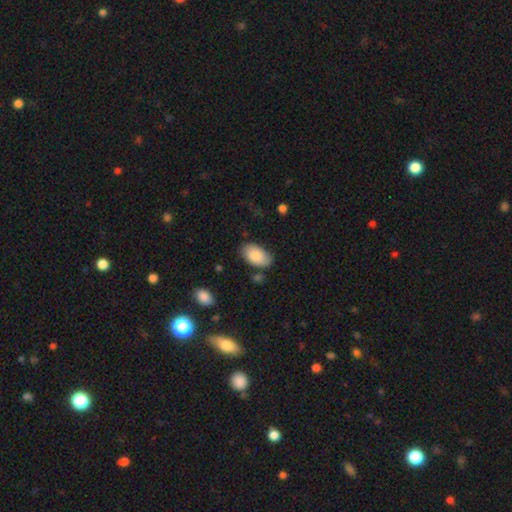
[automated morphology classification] Smooth or featured?
  - smooth: 86% *
  - featured or disk: 8%
  - star or artifact: 6%
How rounded?
  - in between: 95% *
  - round: 4%
  - cigar-shaped: 1%
Merging?
  - none: 76% *
  - minor disturbance: 17%
  - major disturbance: 4%
  - merger: 3%